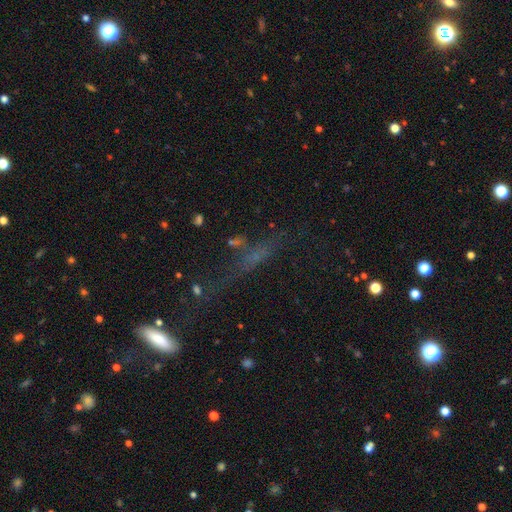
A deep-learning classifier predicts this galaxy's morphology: This is marginally a smooth galaxy (42%). Merging: possibly none (48%).